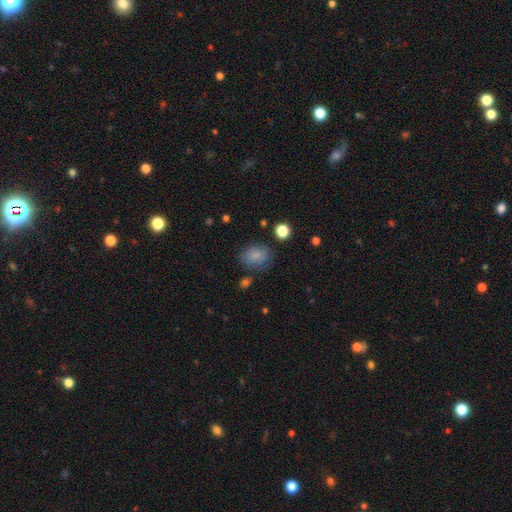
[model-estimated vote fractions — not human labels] Smooth or featured? smooth (82%)
How rounded? in between (60%)
Merging? none (69%)